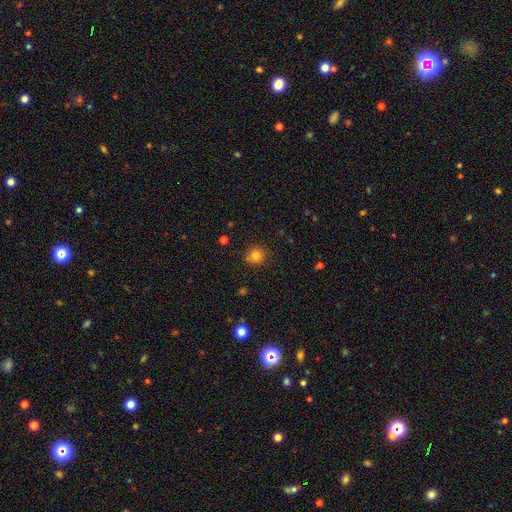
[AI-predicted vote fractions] This appears to be a smooth galaxy with no disk features (81%) that is round (85%). Merging: none (82%).